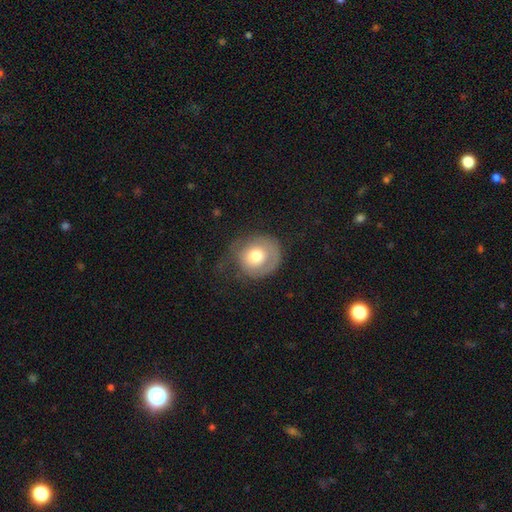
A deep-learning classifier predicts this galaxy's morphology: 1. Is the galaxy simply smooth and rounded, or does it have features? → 61% smooth, 31% featured or disk, 8% star or artifact.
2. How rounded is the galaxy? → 83% round, 16% in between, 1% cigar-shaped.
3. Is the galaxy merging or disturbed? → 48% none, 27% minor disturbance, 24% major disturbance, 2% merger.